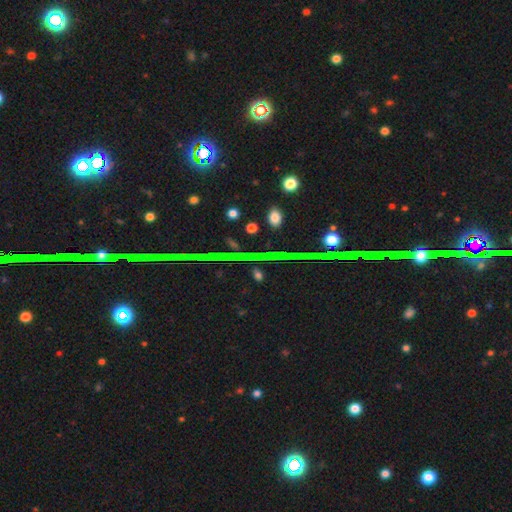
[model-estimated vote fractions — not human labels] Smooth or featured: star or artifact — 82% (featured or disk — 10%)